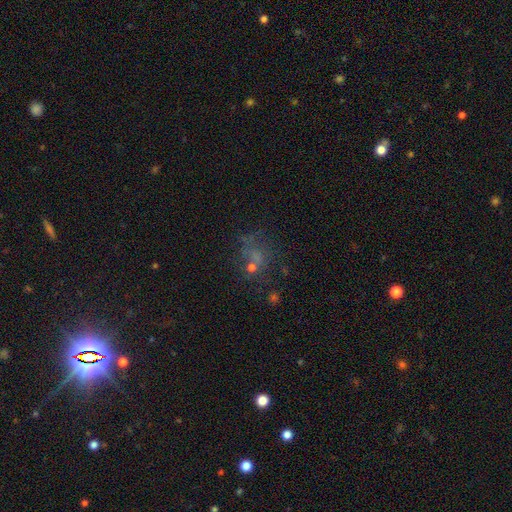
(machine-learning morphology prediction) smooth-or-featured: smooth: 37% | star or artifact: 36% | featured or disk: 27%
  merging: none: 49% | major disturbance: 24% | minor disturbance: 17% | merger: 10%